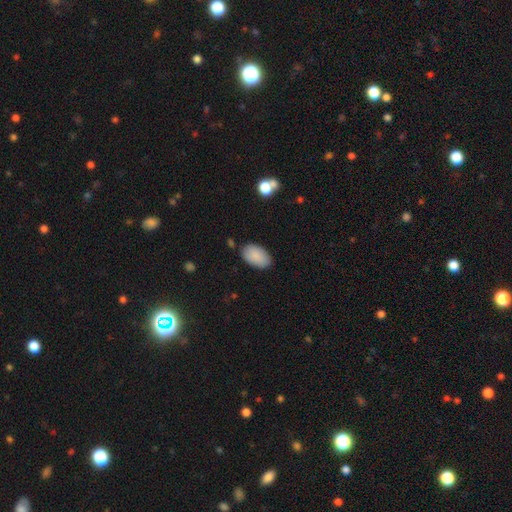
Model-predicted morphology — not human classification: smooth_or_featured: smooth (p=0.89) [alt: star or artifact p=0.07]
how_rounded: in between (p=0.94) [alt: round p=0.04]
merging: none (p=0.82) [alt: minor disturbance p=0.13]